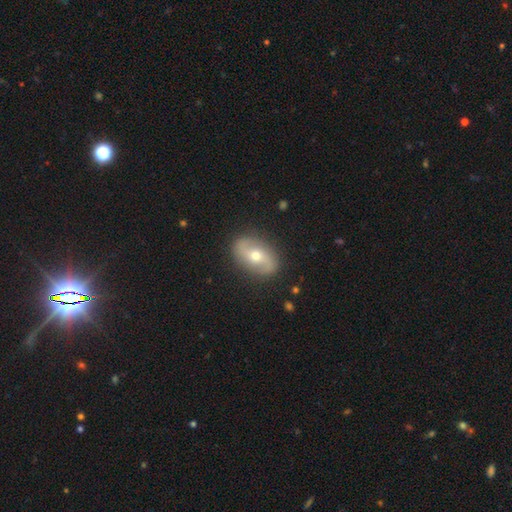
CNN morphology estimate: Overall: featured or disk (69%). Edge-on disk: no (95%). Bar: no (54%; weak 29%). Spiral arms: yes (81%). Spiral arm count: 2 (91%). Spiral winding: loose (56%; medium 30%). Bulge size: moderate (66%; small 30%). Merging: none (86%).